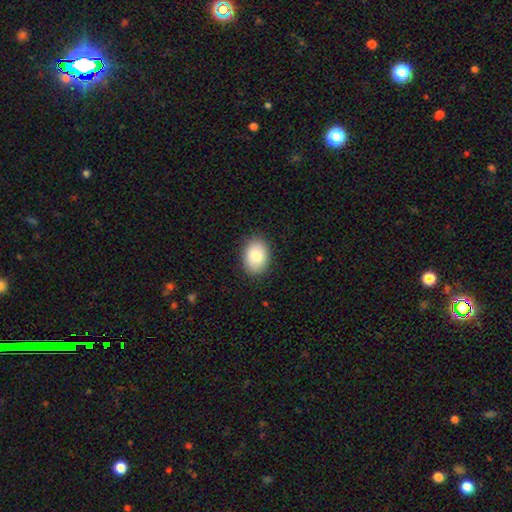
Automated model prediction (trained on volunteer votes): Smooth or featured: smooth — 84% (featured or disk — 9%)
How rounded: in between — 80% (round — 19%)
Merging: none — 87% (minor disturbance — 10%)